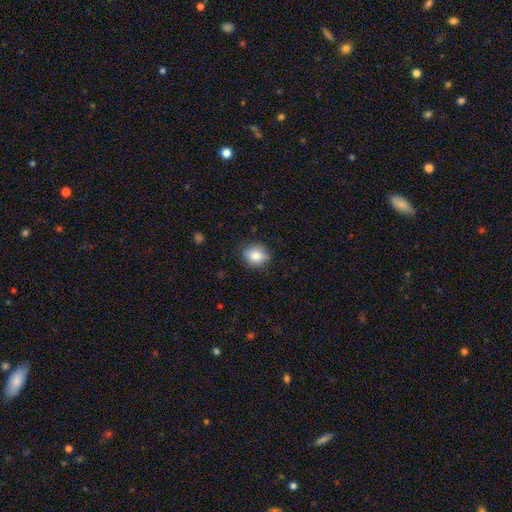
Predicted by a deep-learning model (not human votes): Smooth or featured?
  - smooth: 84% *
  - star or artifact: 9%
  - featured or disk: 8%
How rounded?
  - round: 62% *
  - in between: 37%
  - cigar-shaped: 1%
Merging?
  - none: 80% *
  - minor disturbance: 16%
  - major disturbance: 3%
  - merger: 1%